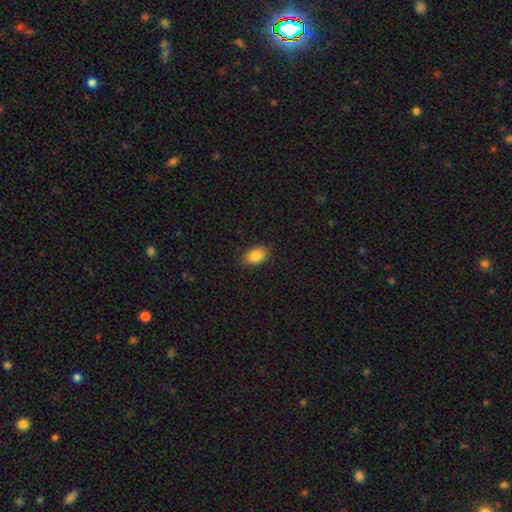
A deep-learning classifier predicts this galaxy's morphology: Smooth or featured? Predicted: smooth (p=0.85). How rounded? Predicted: in between (p=0.85). Merging? Predicted: none (p=0.87).